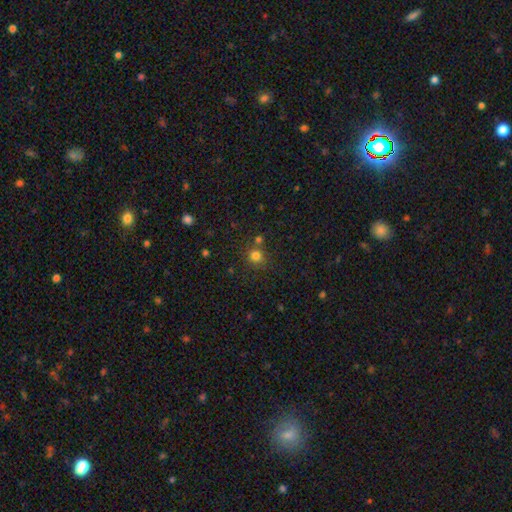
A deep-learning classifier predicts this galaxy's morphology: A smooth galaxy with no disk features (78%) that is round (85%).

Vote fractions:
- Smooth or featured? smooth: 78% / star or artifact: 16% / featured or disk: 6%
- How rounded? round: 85% / in between: 14% / cigar-shaped: 1%
- Merging? none: 72% / merger: 15% / minor disturbance: 10% / major disturbance: 3%